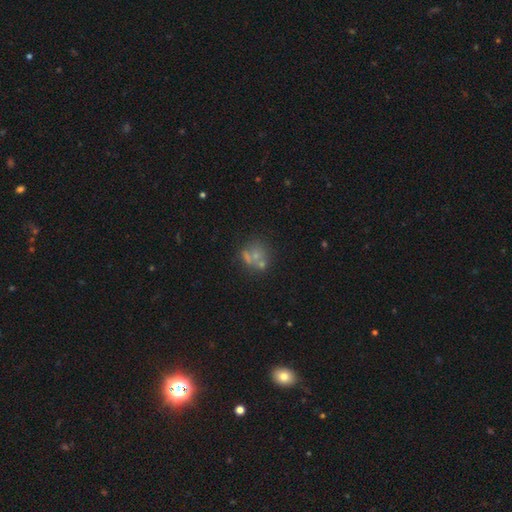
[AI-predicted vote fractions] A smooth galaxy with no disk features (51%) that is round (78%).

Vote fractions:
- Smooth or featured? smooth: 51% / featured or disk: 27% / star or artifact: 22%
- How rounded? round: 78% / in between: 21% / cigar-shaped: 1%
- Merging? none: 48% / merger: 30% / minor disturbance: 13% / major disturbance: 9%